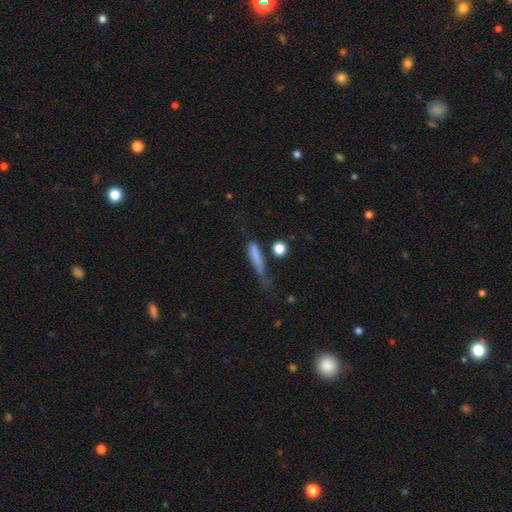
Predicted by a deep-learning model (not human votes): Smooth or featured? Predicted: smooth (p=0.77). How rounded? Predicted: cigar-shaped (p=0.73). Merging? Predicted: none (p=0.47).